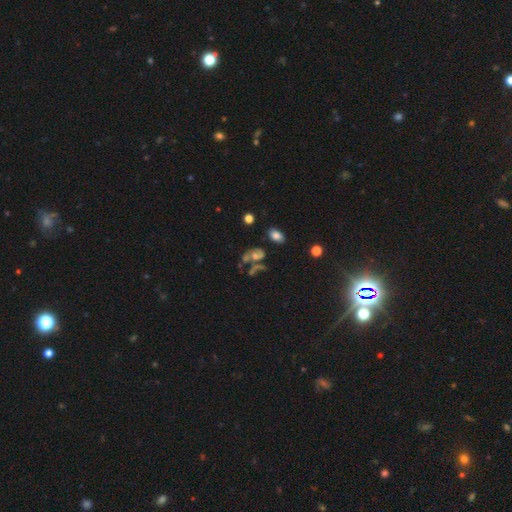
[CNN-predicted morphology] smooth 42%, featured or disk 37%, star or artifact 21%. Down the decision tree: merging — merger (31%).